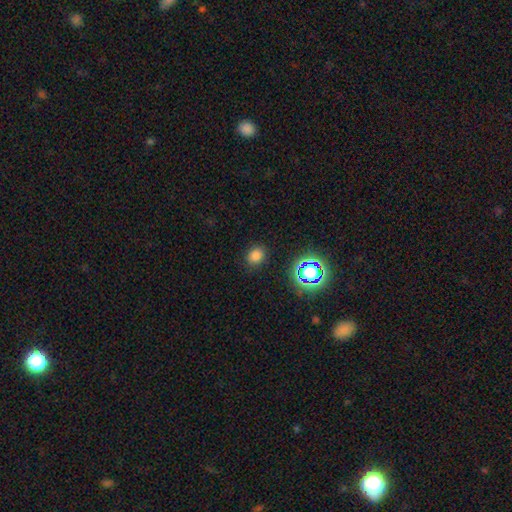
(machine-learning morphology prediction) Smooth or featured?
  - smooth: 75% *
  - star or artifact: 19%
  - featured or disk: 6%
How rounded?
  - round: 55% *
  - in between: 44%
  - cigar-shaped: 1%
Merging?
  - none: 86% *
  - minor disturbance: 9%
  - major disturbance: 3%
  - merger: 2%